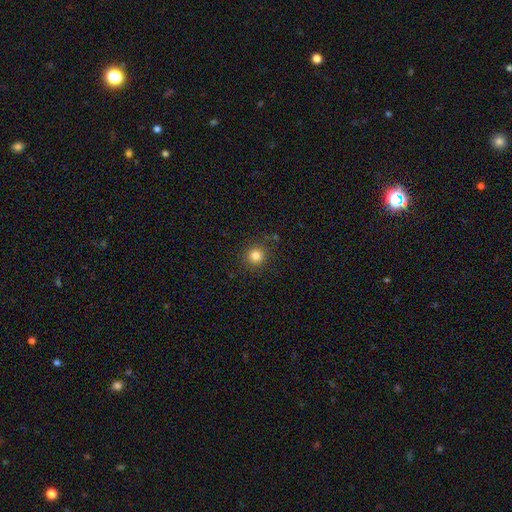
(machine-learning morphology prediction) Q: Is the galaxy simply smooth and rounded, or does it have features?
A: smooth — 82%.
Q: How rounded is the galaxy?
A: round — 93%.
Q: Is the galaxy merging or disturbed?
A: none — 88%.